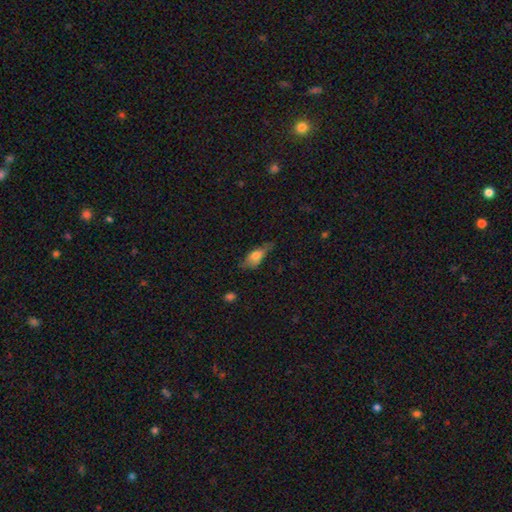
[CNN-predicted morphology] smooth 66%, featured or disk 27%, star or artifact 8%. Down the decision tree: how rounded — in between (71%); merging — none (58%).